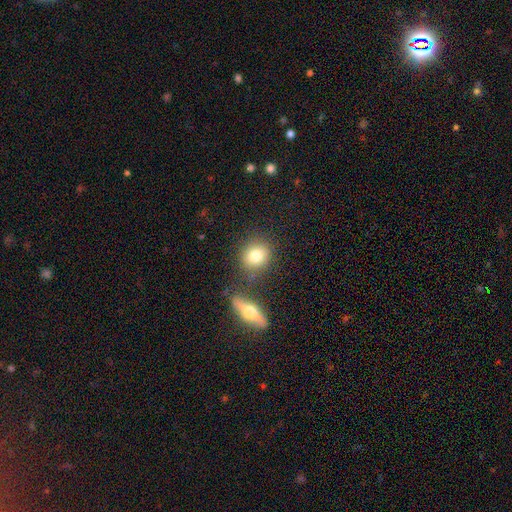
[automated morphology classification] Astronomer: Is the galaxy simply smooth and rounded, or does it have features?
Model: smooth — 79%.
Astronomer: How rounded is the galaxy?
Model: round — 74%.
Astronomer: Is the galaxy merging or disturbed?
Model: none — 71%.